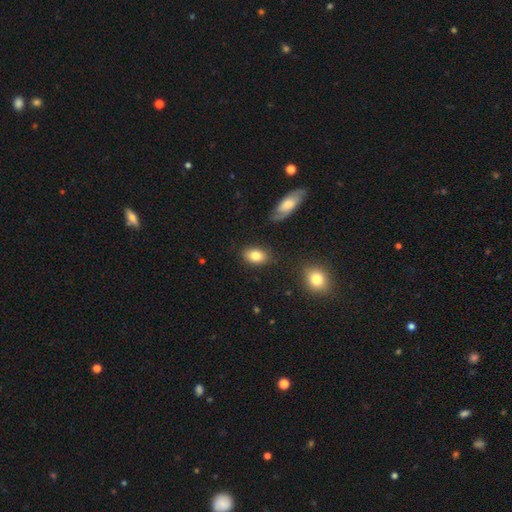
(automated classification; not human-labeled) Smooth or featured?
  - smooth: 81% *
  - featured or disk: 11%
  - star or artifact: 8%
How rounded?
  - in between: 86% *
  - round: 12%
  - cigar-shaped: 2%
Merging?
  - none: 82% *
  - minor disturbance: 12%
  - major disturbance: 3%
  - merger: 3%